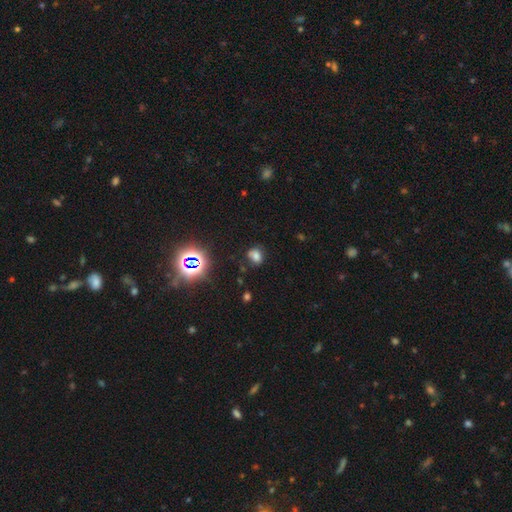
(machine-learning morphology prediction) Smooth or featured? Predicted: smooth (p=0.66). How rounded? Predicted: in between (p=0.55). Merging? Predicted: none (p=0.68).